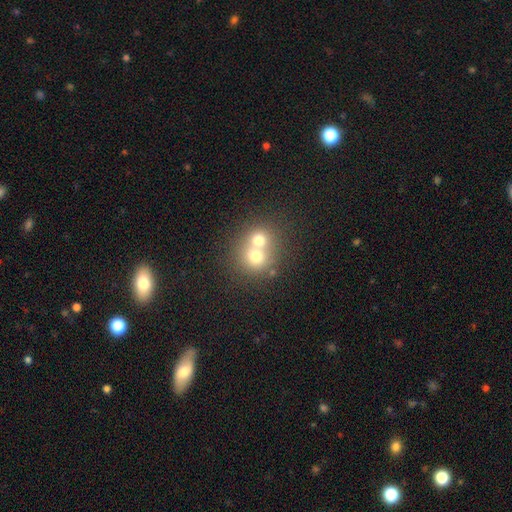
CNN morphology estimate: type=smooth (68%); roundness=round (82%); merging=merger (65%).